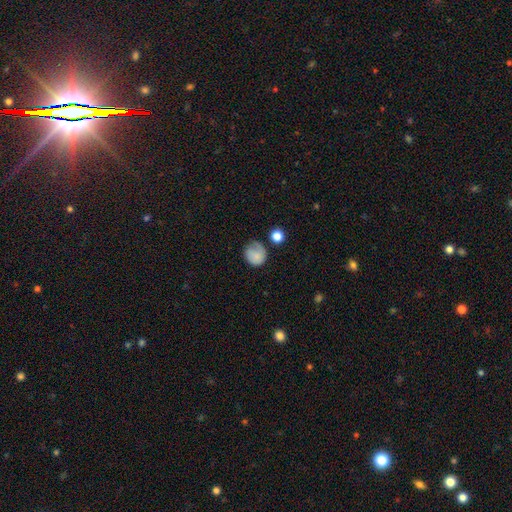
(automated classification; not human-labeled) smooth-or-featured: smooth: 75% | featured or disk: 17% | star or artifact: 9%
  how-rounded: round: 79% | in between: 21% | cigar-shaped: 1%
  merging: none: 50% | minor disturbance: 32% | major disturbance: 14% | merger: 4%